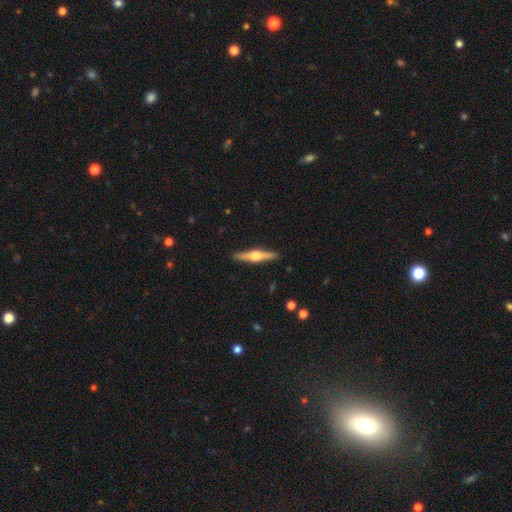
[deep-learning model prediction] Q: Smooth or featured?
A: featured or disk (71%); runner-up: smooth (23%)
Q: Edge-on disk?
A: yes (98%); runner-up: no (2%)
Q: Edge-on bulge?
A: rounded (93%); runner-up: boxy (5%)
Q: Merging?
A: none (91%); runner-up: minor disturbance (6%)